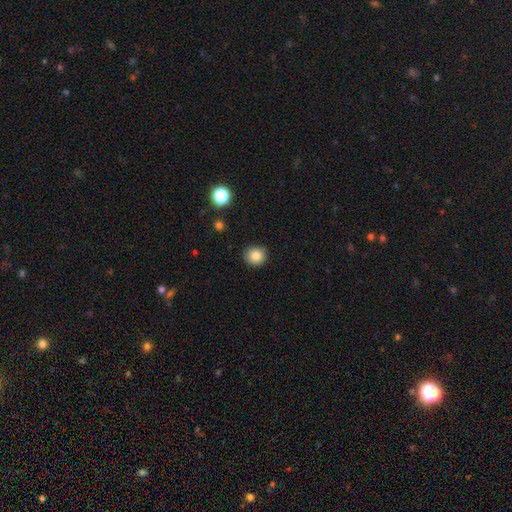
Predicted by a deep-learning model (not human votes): Q: Smooth or featured?
A: smooth (83%); runner-up: star or artifact (11%)
Q: How rounded?
A: round (89%); runner-up: in between (10%)
Q: Merging?
A: none (88%); runner-up: minor disturbance (9%)